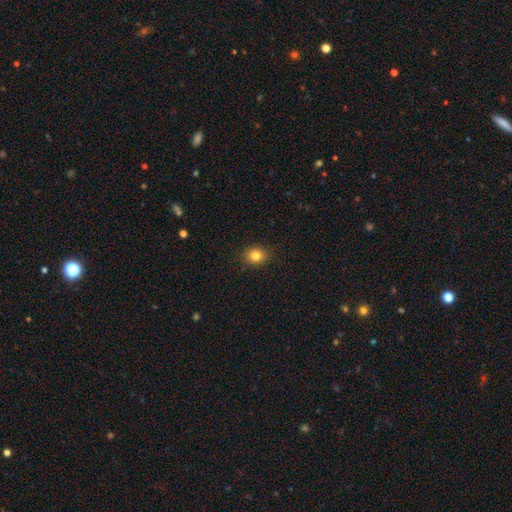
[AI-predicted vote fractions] Smooth or featured? Predicted: smooth (p=0.82). How rounded? Predicted: round (p=0.66). Merging? Predicted: none (p=0.88).